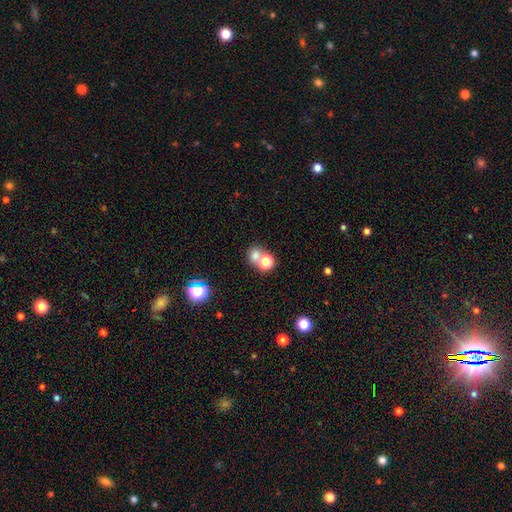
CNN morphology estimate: smooth-or-featured: smooth: 69% | star or artifact: 20% | featured or disk: 11%
  how-rounded: round: 71% | in between: 28% | cigar-shaped: 1%
  merging: merger: 47% | none: 43% | minor disturbance: 7% | major disturbance: 4%